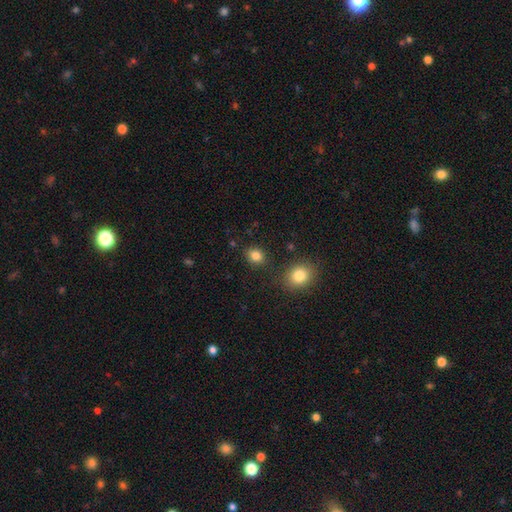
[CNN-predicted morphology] Smooth or featured?
  - smooth: 84% *
  - star or artifact: 11%
  - featured or disk: 5%
How rounded?
  - round: 60% *
  - in between: 39%
  - cigar-shaped: 1%
Merging?
  - none: 84% *
  - minor disturbance: 9%
  - merger: 4%
  - major disturbance: 3%